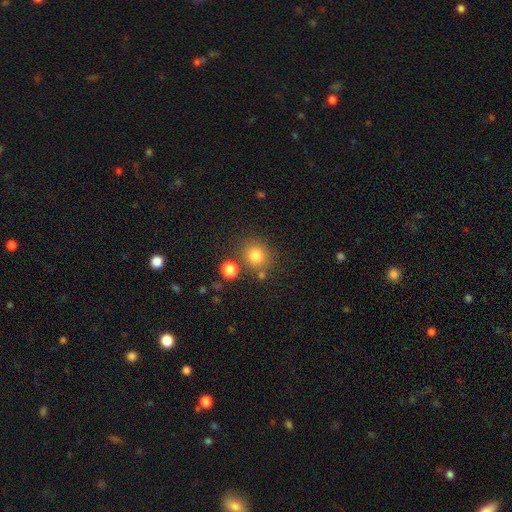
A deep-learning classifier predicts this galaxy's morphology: Overall: smooth (81%). How rounded: round (86%). Merging: none (78%).